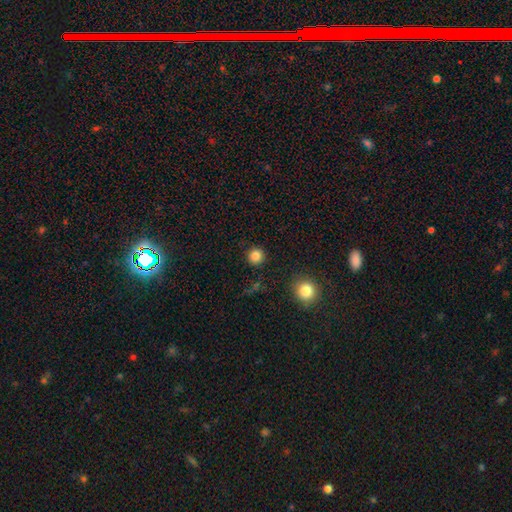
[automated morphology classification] A smooth galaxy with no disk features (85%) that is round (95%).

Vote fractions:
- Smooth or featured? smooth: 85% / star or artifact: 12% / featured or disk: 4%
- How rounded? round: 95% / in between: 4% / cigar-shaped: 1%
- Merging? none: 92% / minor disturbance: 5% / major disturbance: 2% / merger: 2%